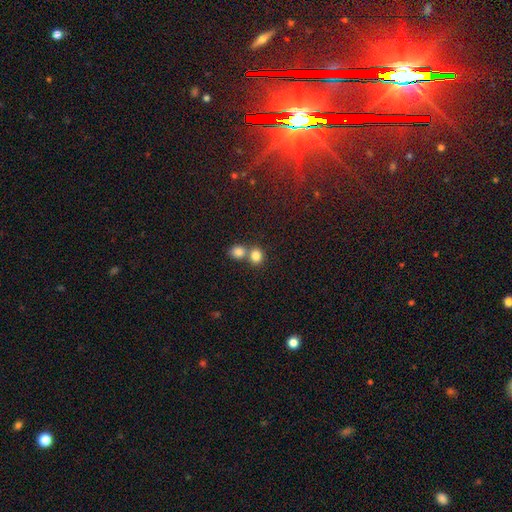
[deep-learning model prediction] Morphology: type=smooth (82%); roundness=round (72%); merging=merger (48%).